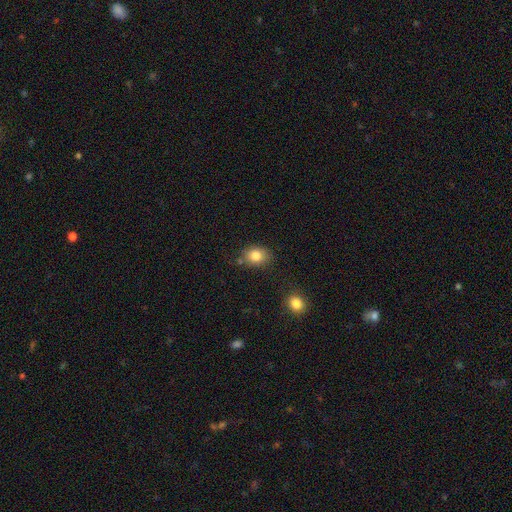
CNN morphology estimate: This appears to be a smooth galaxy with no disk features (83%) that is in between round and cigar-shaped (55%). Merging: none (72%).